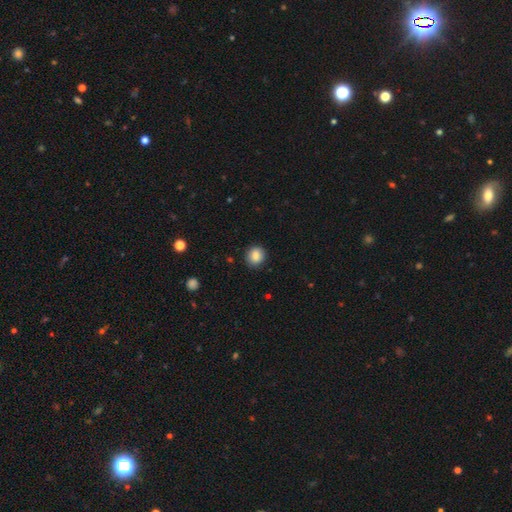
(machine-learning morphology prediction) smooth 85%, star or artifact 9%, featured or disk 6%. Down the decision tree: how rounded — round (86%); merging — none (90%).